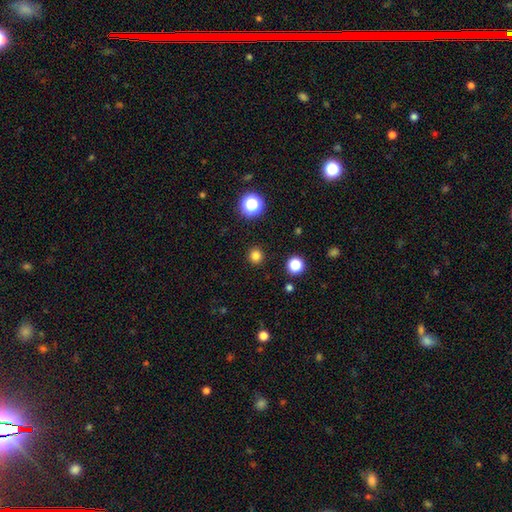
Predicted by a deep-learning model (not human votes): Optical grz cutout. It shows a smooth galaxy with no disk features (80%) that is round (95%). Merging: none (92%).